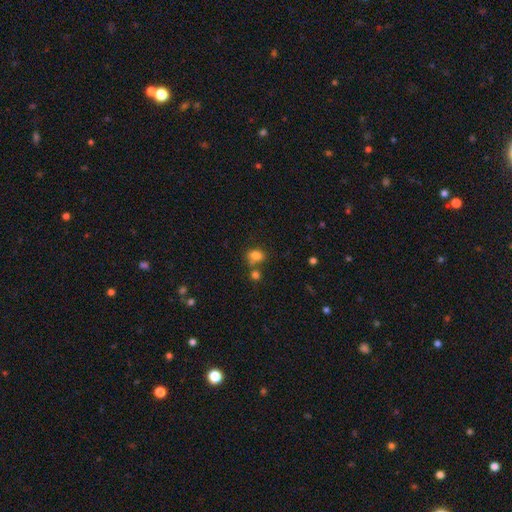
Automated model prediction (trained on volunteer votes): Q: Smooth or featured?
A: smooth (80%); runner-up: star or artifact (12%)
Q: How rounded?
A: in between (61%); runner-up: round (38%)
Q: Merging?
A: none (53%); runner-up: merger (27%)